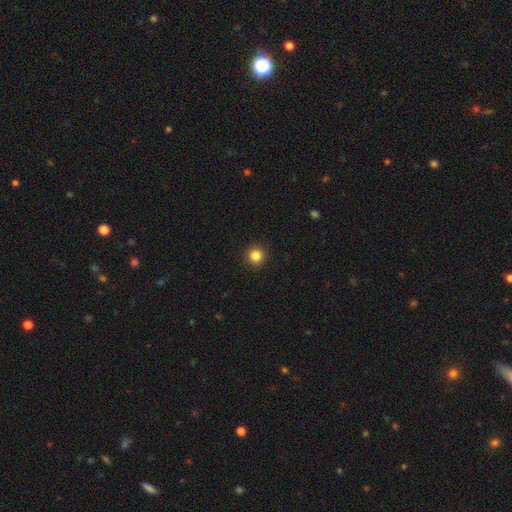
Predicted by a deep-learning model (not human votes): This appears to be a smooth galaxy with no disk features (84%) that is round (95%). Merging: none (93%).